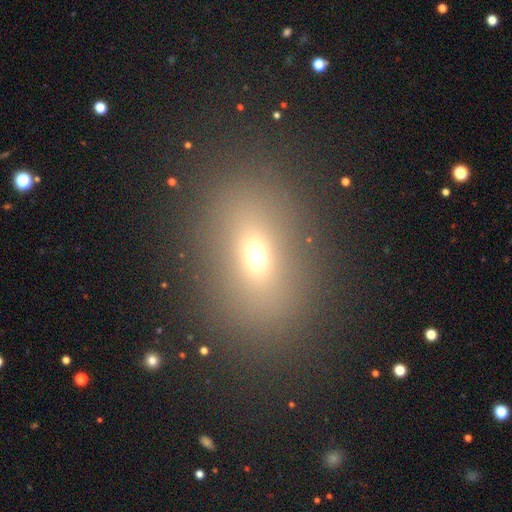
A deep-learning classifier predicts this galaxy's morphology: smooth_or_featured: smooth (p=0.63) [alt: star or artifact p=0.23]
how_rounded: in between (p=0.66) [alt: round p=0.31]
merging: none (p=0.83) [alt: minor disturbance p=0.09]